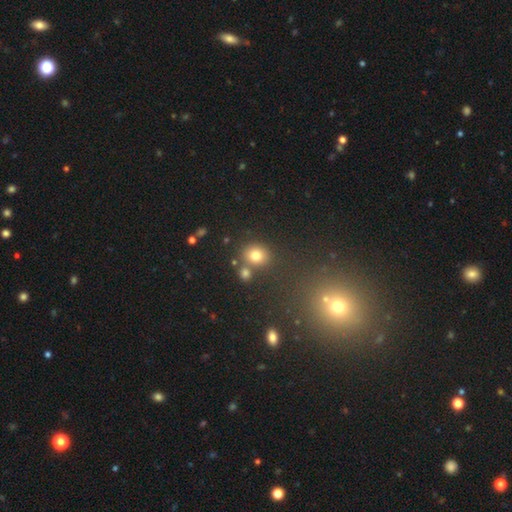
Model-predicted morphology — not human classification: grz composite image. It shows a smooth galaxy with no disk features (77%) that is round (72%). Merging: none (69%).